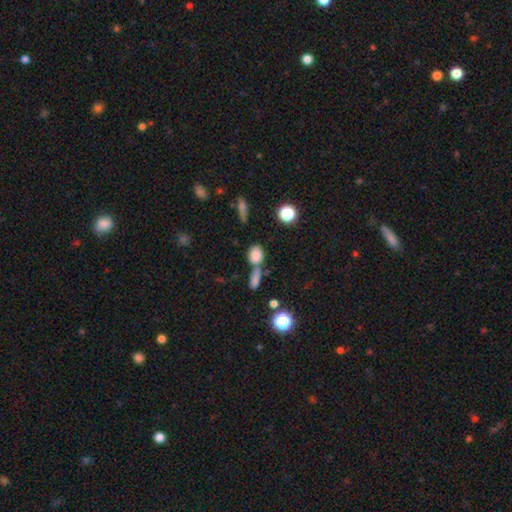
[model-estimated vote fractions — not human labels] smooth 79%, star or artifact 13%, featured or disk 8%. Down the decision tree: how rounded — in between (48%); merging — none (46%).